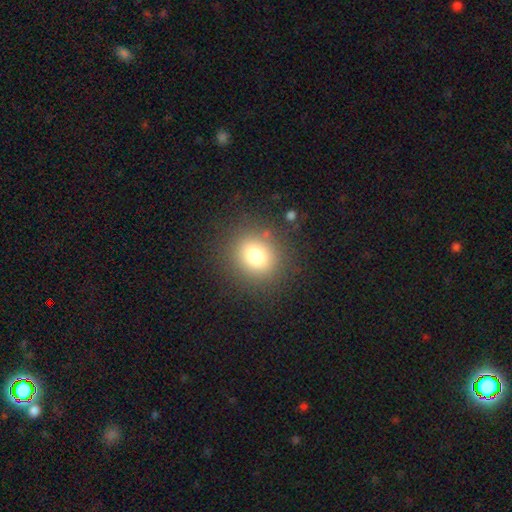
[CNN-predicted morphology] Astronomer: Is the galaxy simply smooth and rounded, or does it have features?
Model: smooth — 75%.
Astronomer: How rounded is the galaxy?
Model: round — 83%.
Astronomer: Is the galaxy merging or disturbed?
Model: none — 86%.